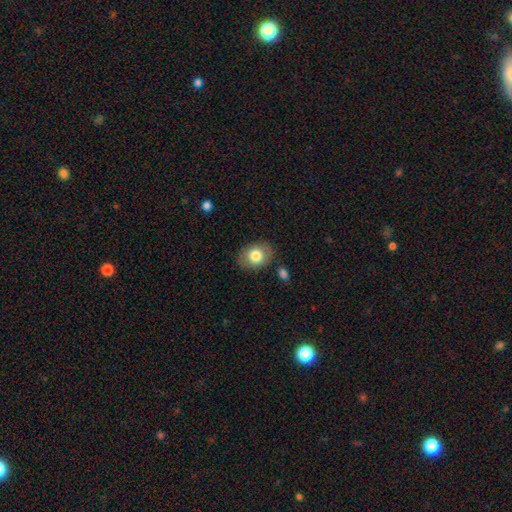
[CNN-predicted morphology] A smooth galaxy with no disk features (79%) that is in between round and cigar-shaped (59%).

Vote fractions:
- Smooth or featured? smooth: 79% / featured or disk: 13% / star or artifact: 8%
- How rounded? in between: 59% / round: 41% / cigar-shaped: 1%
- Merging? none: 83% / minor disturbance: 11% / major disturbance: 3% / merger: 3%